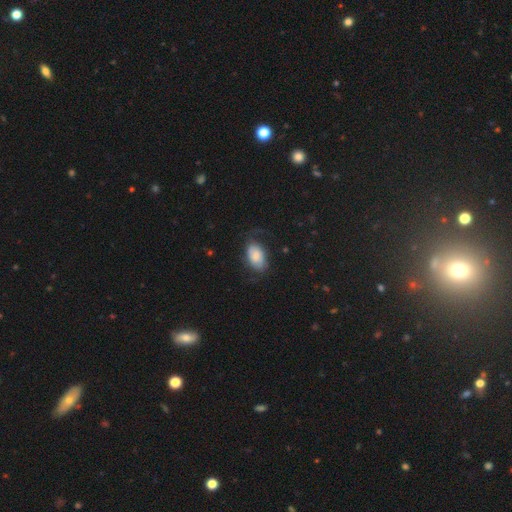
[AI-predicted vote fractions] A smooth galaxy with no disk features (63%) that is in between round and cigar-shaped (92%).

Vote fractions:
- Smooth or featured? smooth: 63% / featured or disk: 30% / star or artifact: 7%
- How rounded? in between: 92% / round: 7% / cigar-shaped: 2%
- Merging? none: 53% / minor disturbance: 25% / major disturbance: 20% / merger: 2%